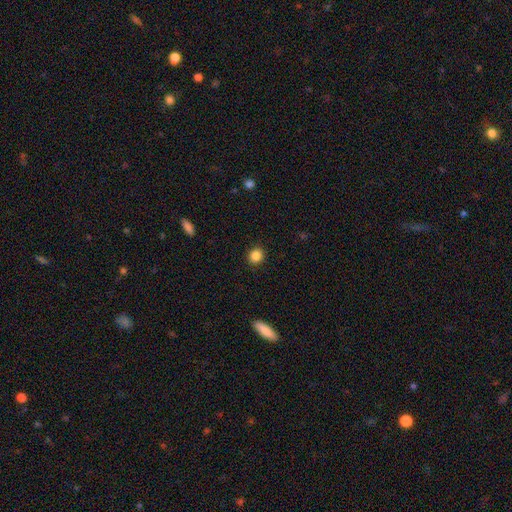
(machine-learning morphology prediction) smooth-or-featured: smooth: 86% | star or artifact: 10% | featured or disk: 4%
  how-rounded: round: 83% | in between: 16% | cigar-shaped: 1%
  merging: none: 91% | minor disturbance: 6% | major disturbance: 2% | merger: 1%